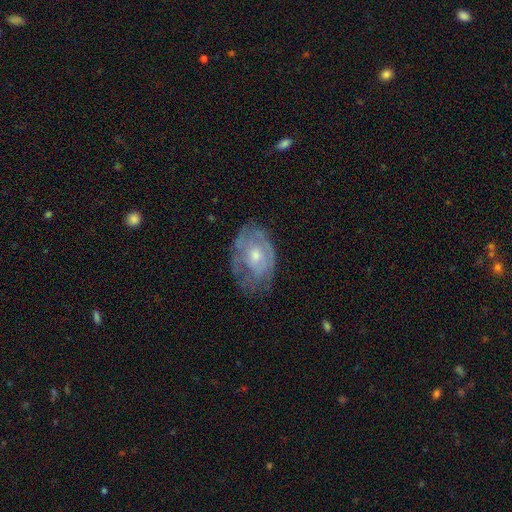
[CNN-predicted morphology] A featured or disk galaxy (66%) with no bar (78%), spiral arms (61%) and a moderate central bulge (50%).

Vote fractions:
- Smooth or featured? featured or disk: 66% / smooth: 27% / star or artifact: 7%
- Edge-on disk? no: 95% / yes: 5%
- Bar? no: 78% / weak: 19% / strong: 3%
- Spiral arms? yes: 61% / no: 39%
- Bulge size? moderate: 50% / small: 44% / large: 3% / none: 2% / dominant: 1%
- Merging? none: 58% / minor disturbance: 27% / major disturbance: 13% / merger: 1%